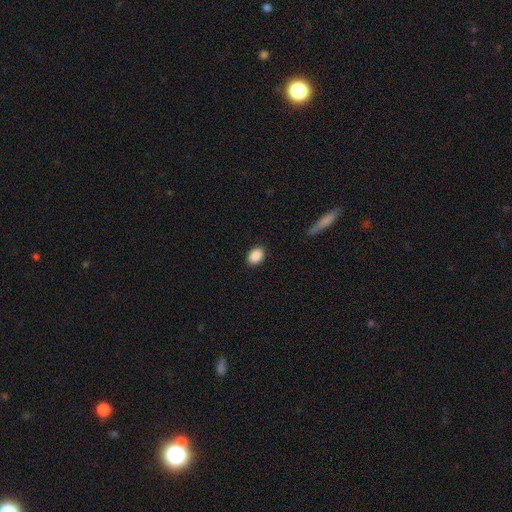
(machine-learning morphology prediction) smooth 90%, star or artifact 7%, featured or disk 3%. Down the decision tree: how rounded — in between (77%); merging — none (89%).